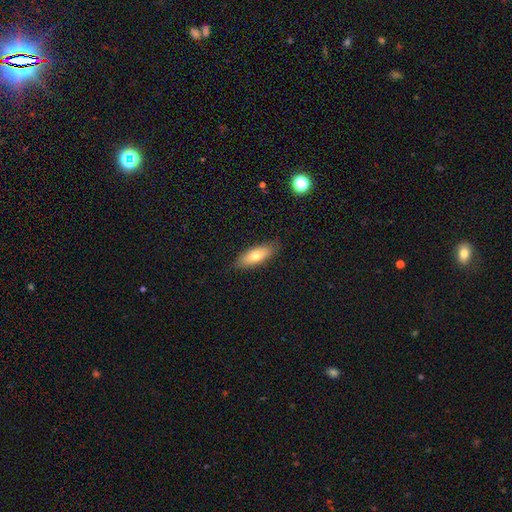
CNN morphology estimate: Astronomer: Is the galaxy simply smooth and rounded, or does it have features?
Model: smooth — 69%.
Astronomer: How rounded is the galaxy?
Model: in between — 70%.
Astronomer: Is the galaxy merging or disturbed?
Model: none — 86%.